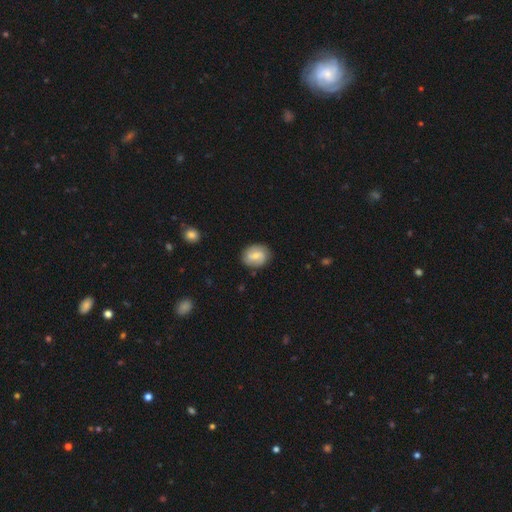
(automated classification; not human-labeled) Smooth or featured?
  - featured or disk: 48% *
  - smooth: 45%
  - star or artifact: 7%
Merging?
  - none: 83% *
  - minor disturbance: 13%
  - major disturbance: 3%
  - merger: 1%